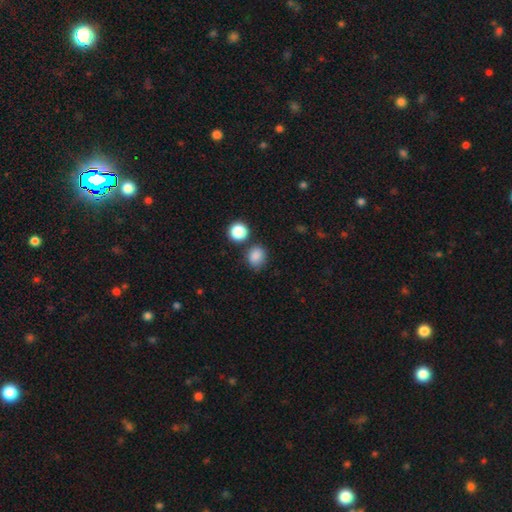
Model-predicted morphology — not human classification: A smooth galaxy with no disk features (85%) that is round (67%). Merging: none (72%).